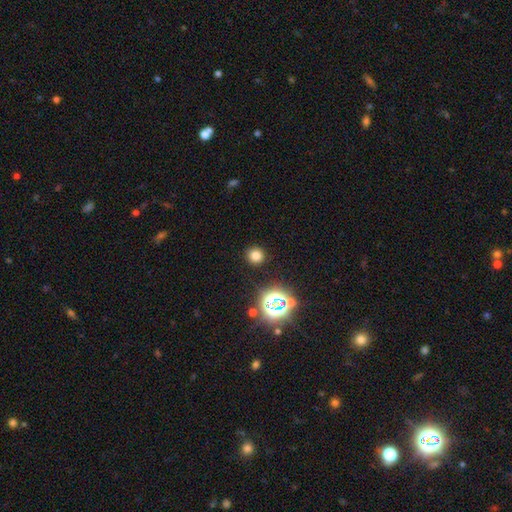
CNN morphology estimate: type=smooth (74%); roundness=round (91%); merging=none (89%).